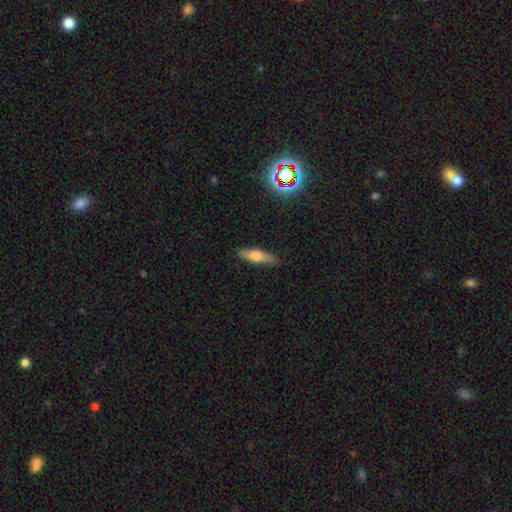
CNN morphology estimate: This is possibly a smooth galaxy (54%). How rounded: likely cigar-shaped (64%). Merging: clearly none (85%).